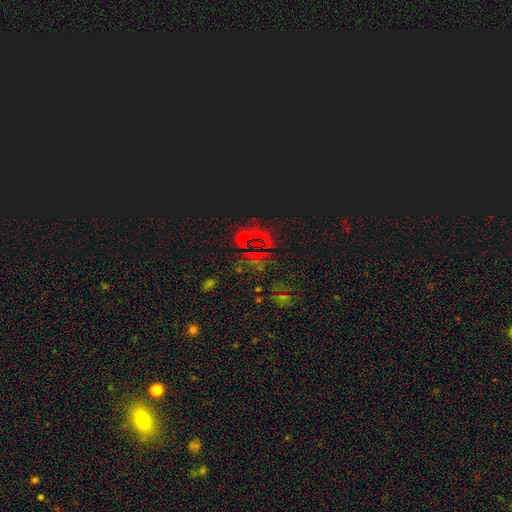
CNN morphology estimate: This appears to be a star or artifact, not a galaxy (76%).